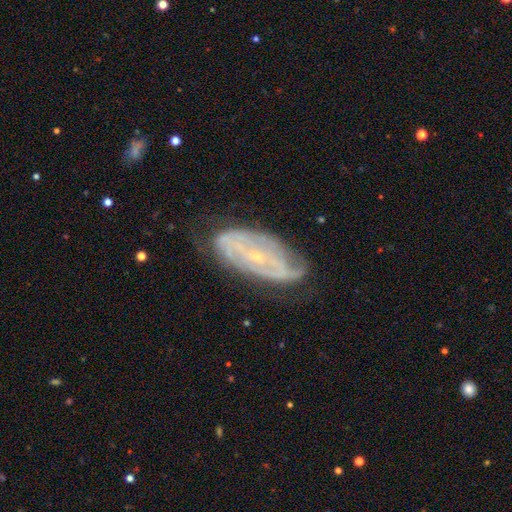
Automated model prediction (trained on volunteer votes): Q: Smooth or featured?
A: featured or disk (79%); runner-up: smooth (14%)
Q: Edge-on disk?
A: no (89%); runner-up: yes (11%)
Q: Bar?
A: no (55%); runner-up: weak (29%)
Q: Spiral arms?
A: yes (80%); runner-up: no (20%)
Q: Spiral winding?
A: tight (59%); runner-up: medium (29%)
Q: Spiral arm count?
A: can't tell (42%); runner-up: 2 (37%)
Q: Bulge size?
A: small (79%); runner-up: moderate (18%)
Q: Merging?
A: none (69%); runner-up: minor disturbance (22%)